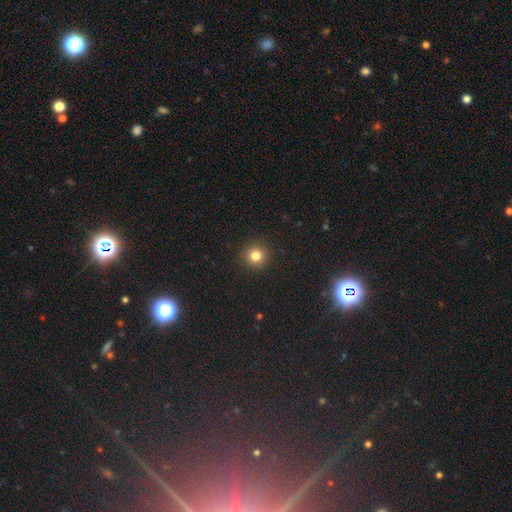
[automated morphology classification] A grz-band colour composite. It shows a smooth galaxy with no disk features (80%) that is round (95%). Merging: none (92%).